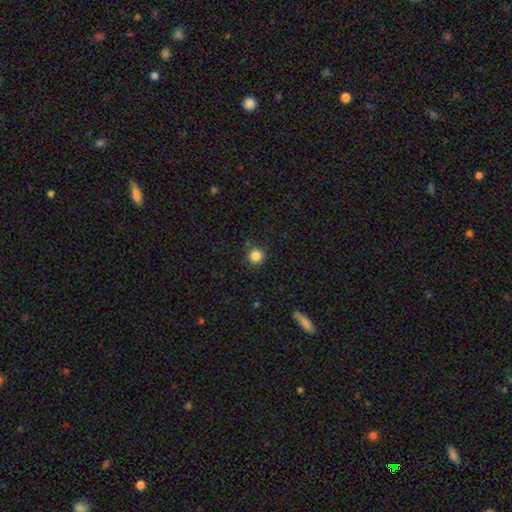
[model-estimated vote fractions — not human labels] smooth 85%, star or artifact 11%, featured or disk 4%. Down the decision tree: how rounded — round (94%); merging — none (87%).